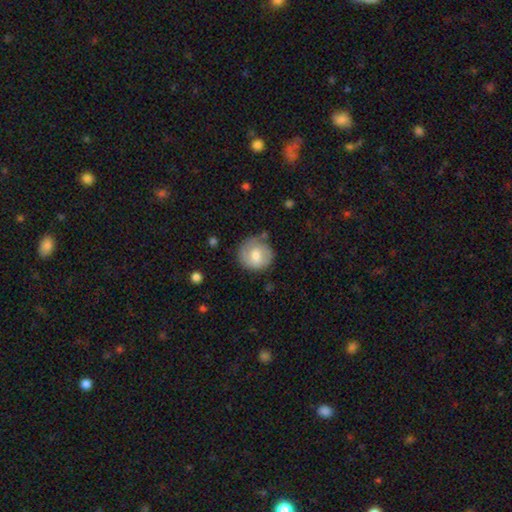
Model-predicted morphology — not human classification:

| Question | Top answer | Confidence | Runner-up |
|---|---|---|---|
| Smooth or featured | smooth | 63% | featured or disk (30%) |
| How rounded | round | 90% | in between (9%) |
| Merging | none | 75% | minor disturbance (17%) |